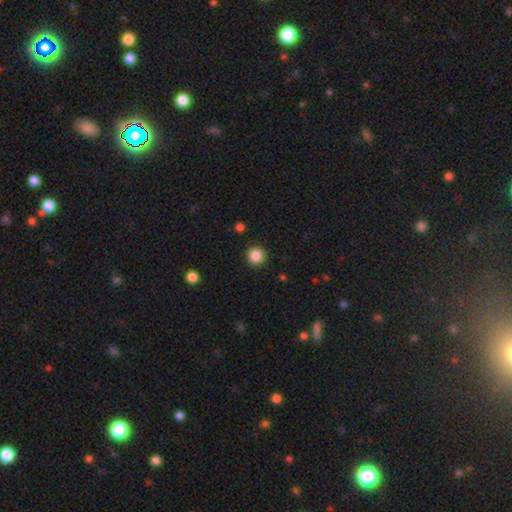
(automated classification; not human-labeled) Overall: smooth (86%). How rounded: round (96%). Merging: none (92%).